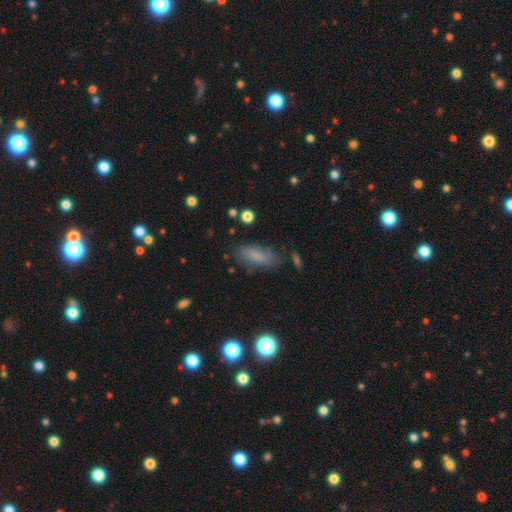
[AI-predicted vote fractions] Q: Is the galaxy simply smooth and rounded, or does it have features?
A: smooth — 72%.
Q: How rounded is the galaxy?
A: in between — 75%.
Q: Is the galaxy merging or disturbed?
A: none — 76%.